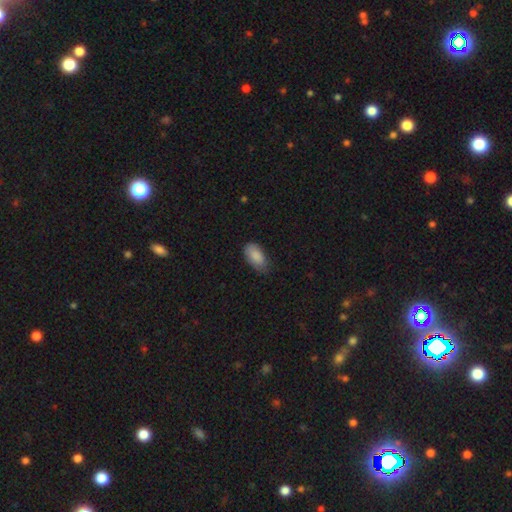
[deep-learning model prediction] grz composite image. It shows a smooth galaxy with no disk features (88%) that is in between round and cigar-shaped (94%). Merging: none (65%).